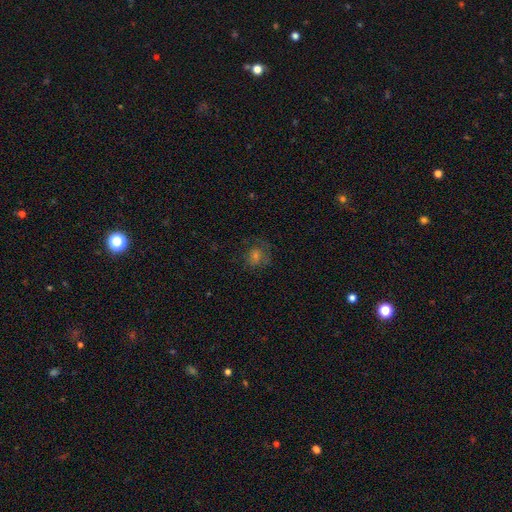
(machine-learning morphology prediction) smooth_or_featured: smooth (p=0.50) [alt: star or artifact p=0.25]
how_rounded: round (p=0.74) [alt: in between p=0.25]
merging: none (p=0.68) [alt: minor disturbance p=0.17]